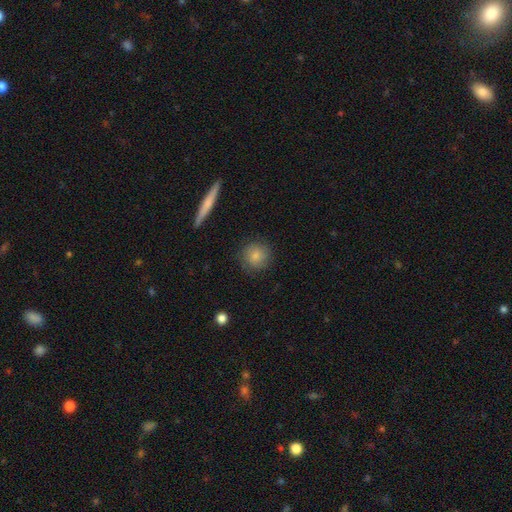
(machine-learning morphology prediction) The model was most divided on "smooth or featured": smooth: 74%, featured or disk: 17%, star or artifact: 8%. More confident: how rounded — round (92%); merging — none (82%).